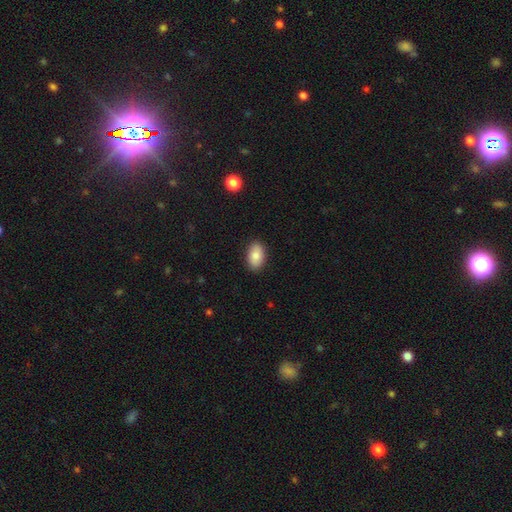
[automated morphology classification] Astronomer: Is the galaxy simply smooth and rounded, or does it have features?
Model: smooth — 85%.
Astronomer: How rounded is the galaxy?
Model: in between — 92%.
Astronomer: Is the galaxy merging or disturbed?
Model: none — 89%.